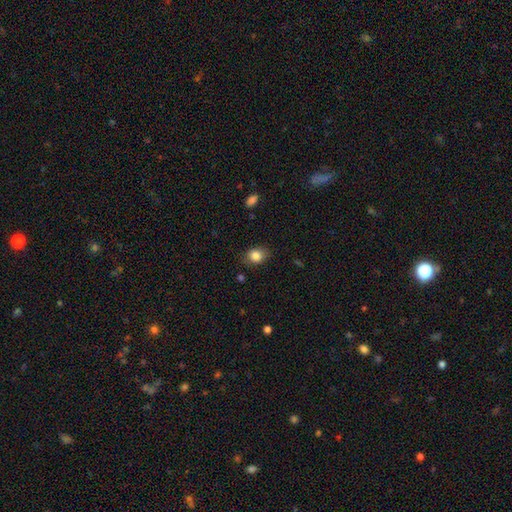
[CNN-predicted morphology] smooth_or_featured: smooth (p=0.84) [alt: star or artifact p=0.09]
how_rounded: in between (p=0.60) [alt: round p=0.39]
merging: none (p=0.78) [alt: minor disturbance p=0.17]